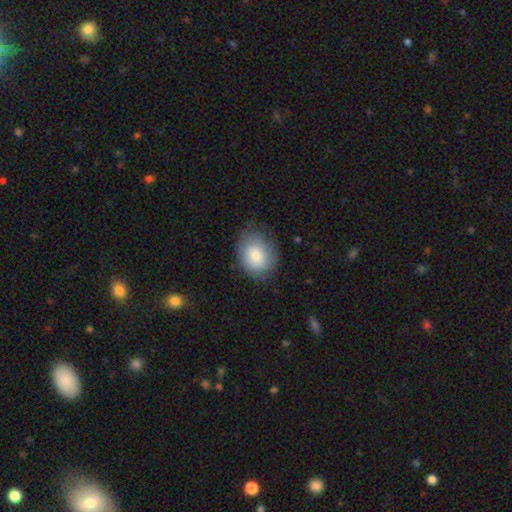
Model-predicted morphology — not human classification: This is clearly a smooth galaxy (81%). How rounded: possibly in between (58%). Merging: likely none (74%).